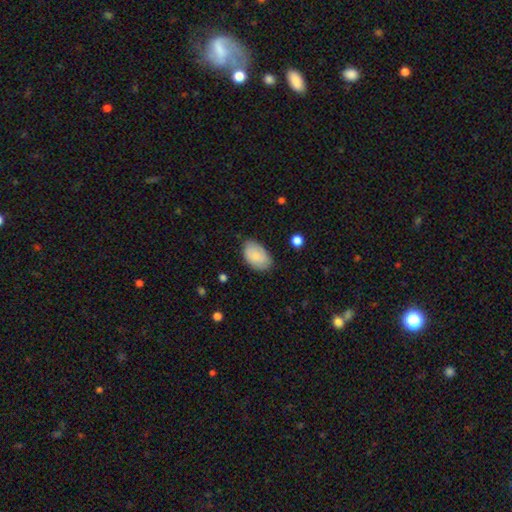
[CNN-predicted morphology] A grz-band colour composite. It shows a smooth galaxy with no disk features (80%) that is in between round and cigar-shaped (91%). Merging: none (73%).